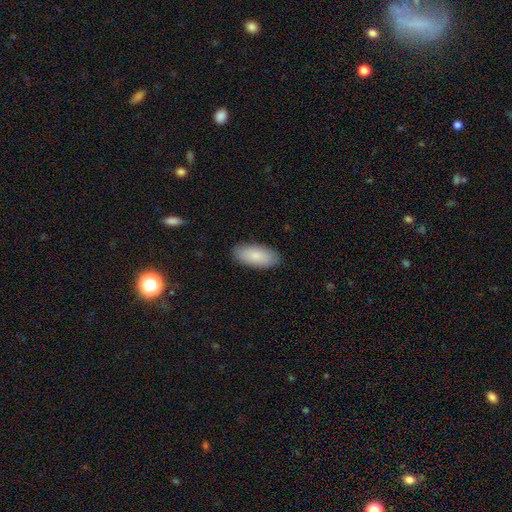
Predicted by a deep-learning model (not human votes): Overall: smooth (86%). How rounded: in between (88%). Merging: none (89%).